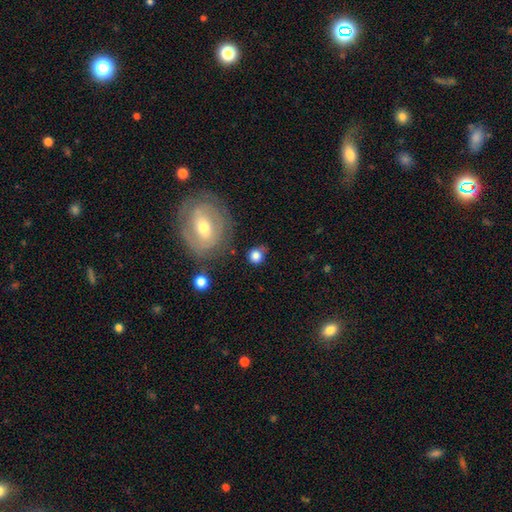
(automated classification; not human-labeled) A smooth galaxy with no disk features (81%) that is round (80%).

Vote fractions:
- Smooth or featured? smooth: 81% / star or artifact: 10% / featured or disk: 9%
- How rounded? round: 80% / in between: 19% / cigar-shaped: 1%
- Merging? none: 68% / minor disturbance: 18% / major disturbance: 8% / merger: 6%